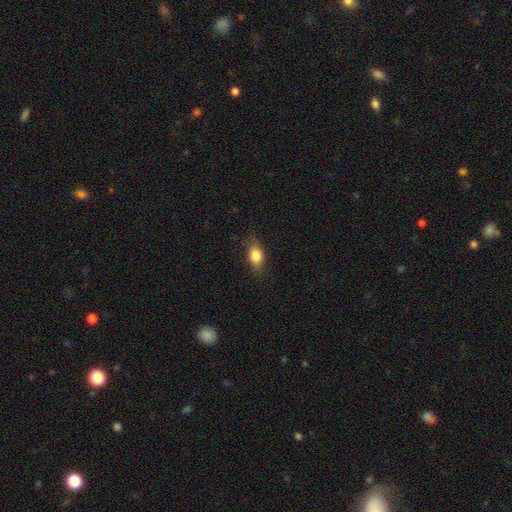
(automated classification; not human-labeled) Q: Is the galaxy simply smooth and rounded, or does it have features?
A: smooth — 83%.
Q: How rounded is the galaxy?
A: in between — 79%.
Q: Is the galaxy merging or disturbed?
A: none — 80%.